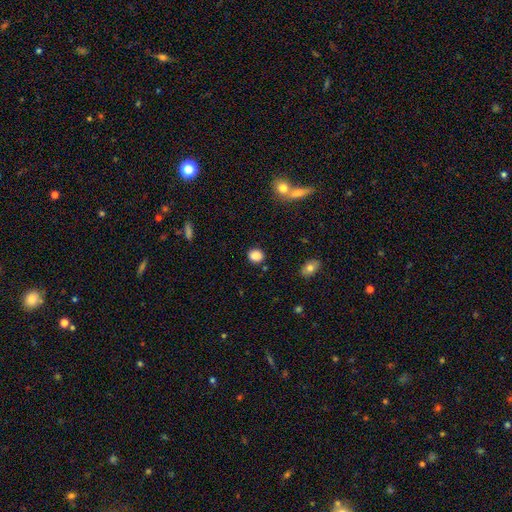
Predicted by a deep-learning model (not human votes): This appears to be a smooth galaxy with no disk features (86%) that is round (74%). Merging: none (87%).